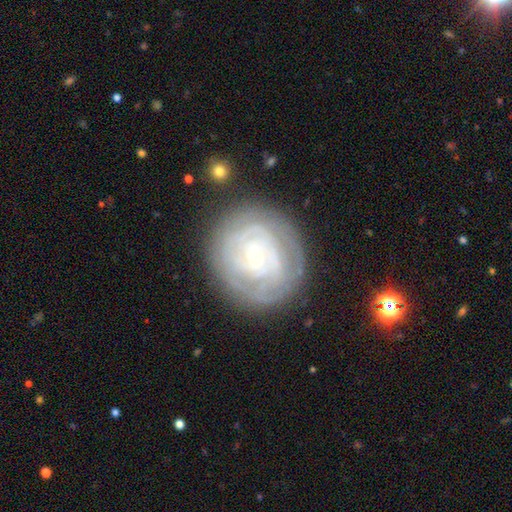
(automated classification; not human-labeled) Smooth or featured: featured or disk — 74% (smooth — 19%)
Edge-on disk: no — 97% (yes — 3%)
Bar: no — 73% (weak — 20%)
Spiral arms: yes — 78% (no — 22%)
Spiral winding: tight — 79% (medium — 15%)
Spiral arm count: can't tell — 50% (2 — 16%)
Bulge size: small — 82% (moderate — 14%)
Merging: none — 79% (minor disturbance — 14%)